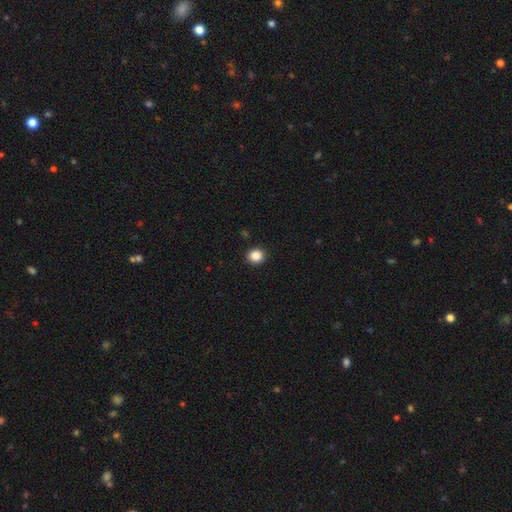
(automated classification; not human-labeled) This is clearly a smooth galaxy (86%). How rounded: clearly round (80%). Merging: clearly none (92%).